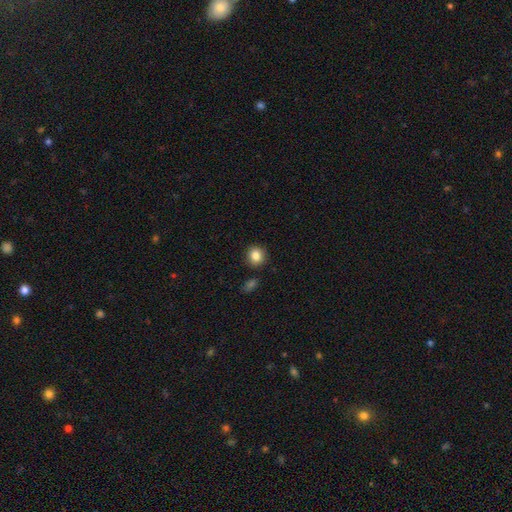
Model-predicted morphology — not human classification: Smooth or featured: smooth — 85% (star or artifact — 10%)
How rounded: round — 86% (in between — 13%)
Merging: none — 88% (minor disturbance — 7%)